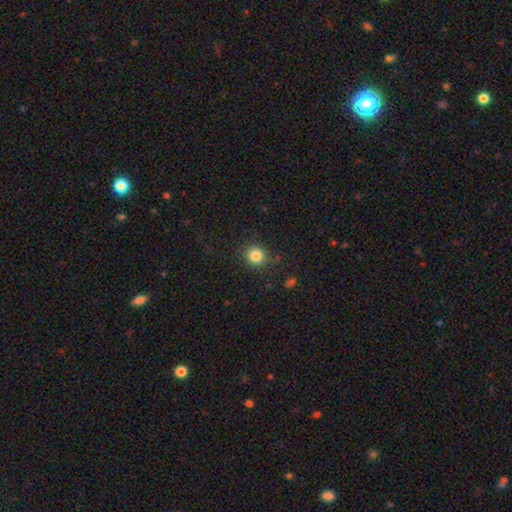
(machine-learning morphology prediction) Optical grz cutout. It shows a smooth galaxy with no disk features (84%) that is round (90%). Merging: none (87%).